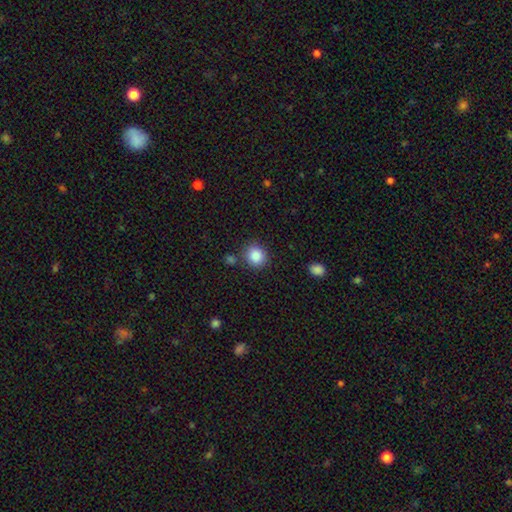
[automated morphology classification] Smooth or featured?
  - smooth: 87% *
  - star or artifact: 9%
  - featured or disk: 4%
How rounded?
  - round: 81% *
  - in between: 18%
  - cigar-shaped: 1%
Merging?
  - none: 80% *
  - minor disturbance: 11%
  - merger: 5%
  - major disturbance: 3%